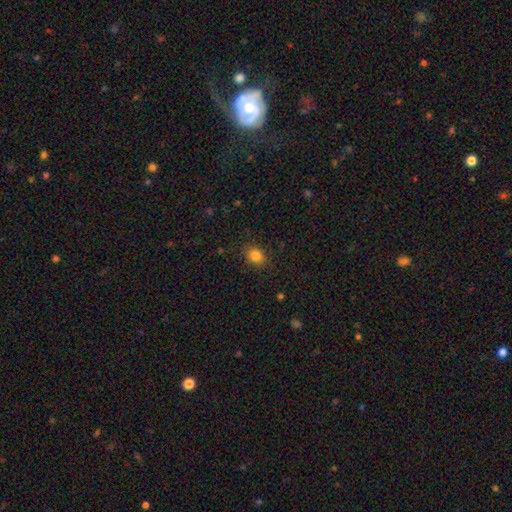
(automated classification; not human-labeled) Smooth or featured: smooth — 83% (star or artifact — 12%)
How rounded: round — 69% (in between — 30%)
Merging: none — 86% (minor disturbance — 10%)